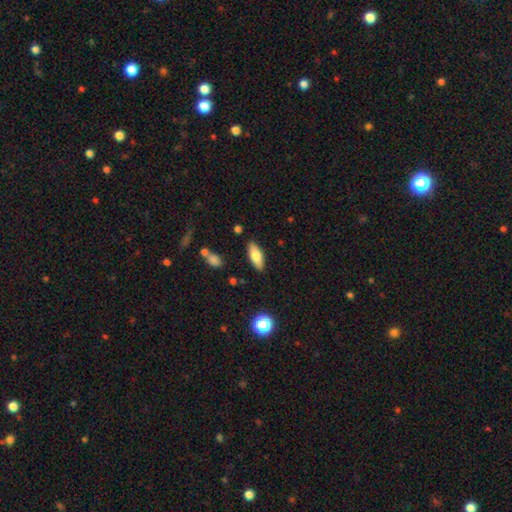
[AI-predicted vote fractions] A smooth galaxy with no disk features (72%) that is in between round and cigar-shaped (74%).

Vote fractions:
- Smooth or featured? smooth: 72% / featured or disk: 20% / star or artifact: 7%
- How rounded? in between: 74% / cigar-shaped: 24% / round: 2%
- Merging? none: 86% / minor disturbance: 10% / major disturbance: 2% / merger: 2%